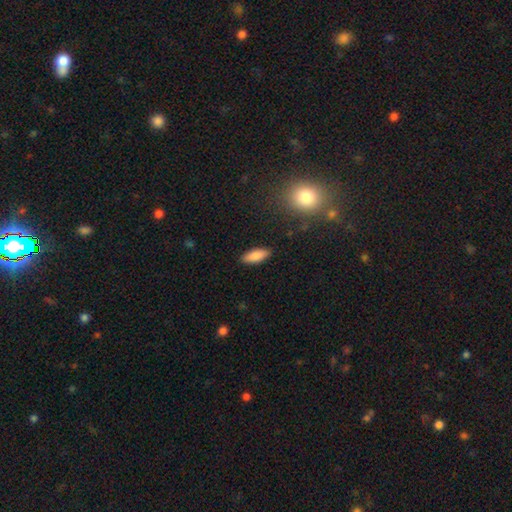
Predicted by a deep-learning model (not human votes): A smooth galaxy with no disk features (85%) that is in between round and cigar-shaped (71%). Merging: none (88%).